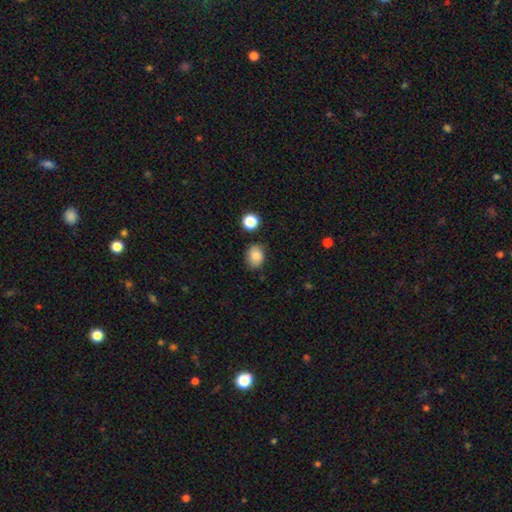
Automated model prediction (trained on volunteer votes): smooth_or_featured: smooth (p=0.85) [alt: star or artifact p=0.09]
how_rounded: in between (p=0.56) [alt: round p=0.43]
merging: none (p=0.79) [alt: minor disturbance p=0.14]